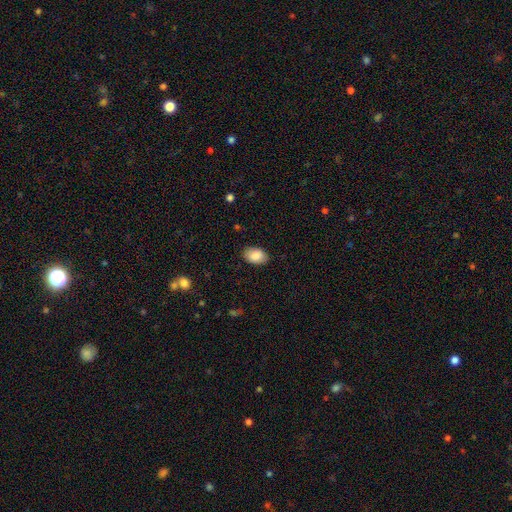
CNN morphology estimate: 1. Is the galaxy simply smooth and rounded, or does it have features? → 88% smooth, 7% star or artifact, 5% featured or disk.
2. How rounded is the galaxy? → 89% in between, 10% round, 1% cigar-shaped.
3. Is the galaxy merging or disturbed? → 86% none, 11% minor disturbance, 2% major disturbance, 1% merger.